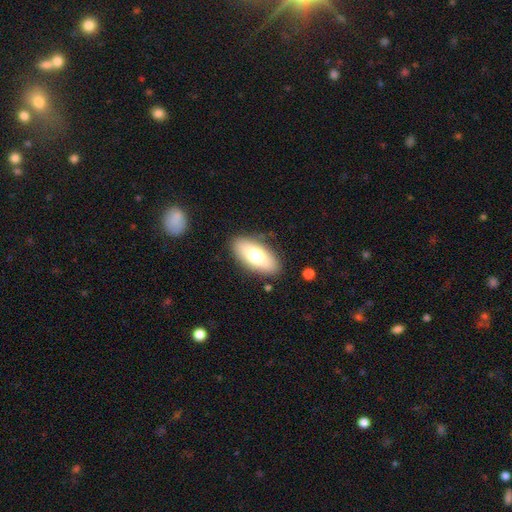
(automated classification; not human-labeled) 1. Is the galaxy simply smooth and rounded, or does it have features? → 73% smooth, 21% featured or disk, 7% star or artifact.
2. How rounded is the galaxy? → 90% in between, 7% cigar-shaped, 3% round.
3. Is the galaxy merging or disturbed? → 86% none, 10% minor disturbance, 3% major disturbance, 2% merger.